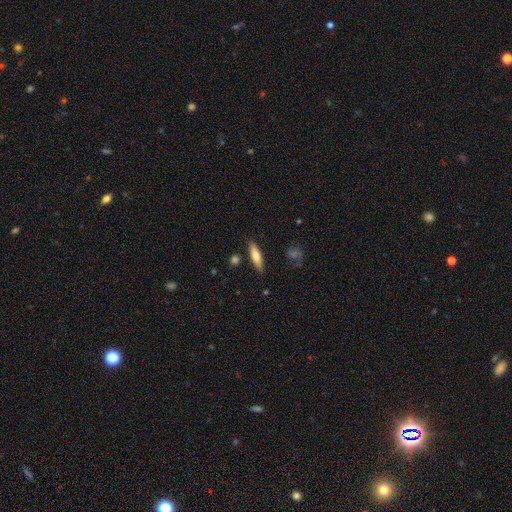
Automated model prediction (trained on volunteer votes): smooth-or-featured: smooth: 68% | featured or disk: 26% | star or artifact: 6%
  how-rounded: cigar-shaped: 65% | in between: 32% | round: 2%
  merging: none: 84% | minor disturbance: 11% | merger: 3% | major disturbance: 2%